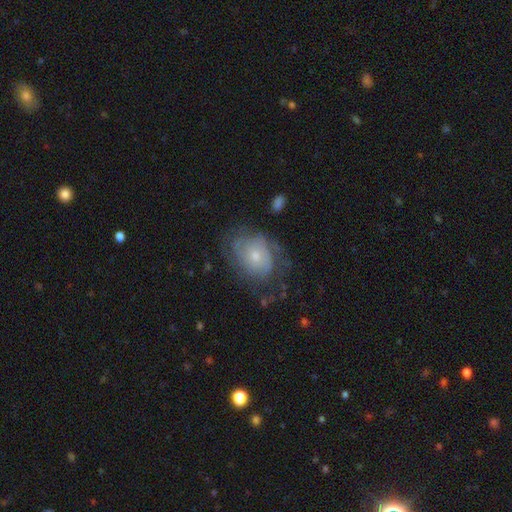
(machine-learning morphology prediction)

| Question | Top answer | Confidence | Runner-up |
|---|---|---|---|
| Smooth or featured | featured or disk | 66% | smooth (25%) |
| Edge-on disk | no | 97% | yes (3%) |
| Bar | no | 79% | weak (19%) |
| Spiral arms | yes | 82% | no (18%) |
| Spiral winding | tight | 58% | medium (30%) |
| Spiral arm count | can't tell | 50% | 2 (25%) |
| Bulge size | small | 57% | moderate (37%) |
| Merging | none | 60% | minor disturbance (22%) |